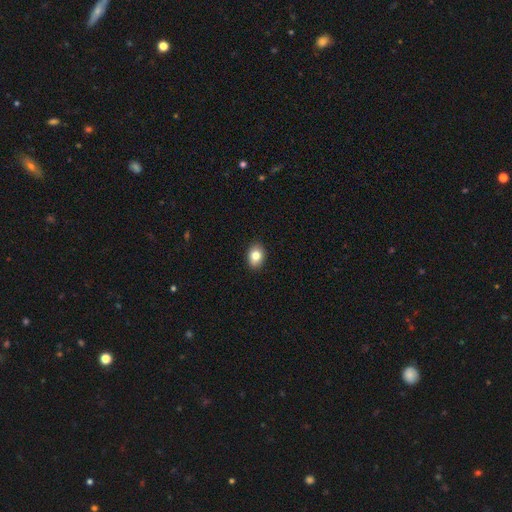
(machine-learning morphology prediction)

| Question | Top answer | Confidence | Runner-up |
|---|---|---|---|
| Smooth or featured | smooth | 82% | star or artifact (9%) |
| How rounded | in between | 72% | round (27%) |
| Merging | none | 89% | minor disturbance (8%) |